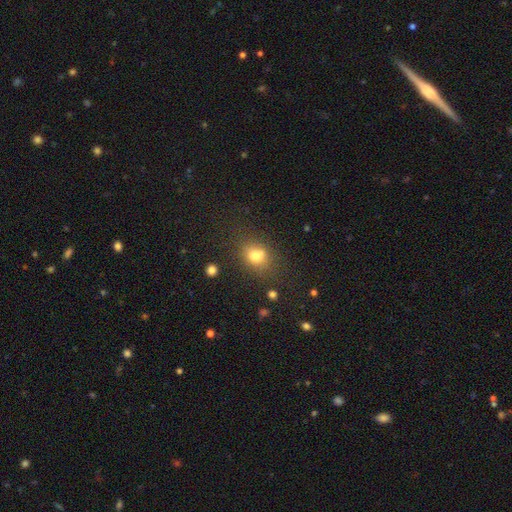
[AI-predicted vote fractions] A smooth galaxy with no disk features (73%) that is in between round and cigar-shaped (50%). Merging: none (58%).